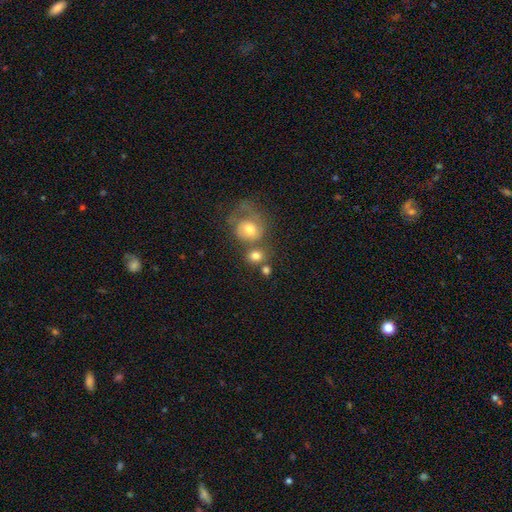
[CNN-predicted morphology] smooth_or_featured: smooth (p=0.74) [alt: featured or disk p=0.17]
how_rounded: round (p=0.73) [alt: in between p=0.25]
merging: none (p=0.47) [alt: merger p=0.34]